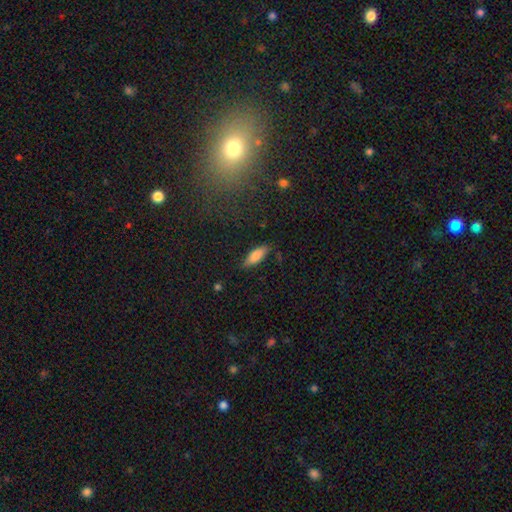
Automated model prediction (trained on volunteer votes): Smooth or featured? Predicted: smooth (p=0.82). How rounded? Predicted: in between (p=0.65). Merging? Predicted: none (p=0.80).